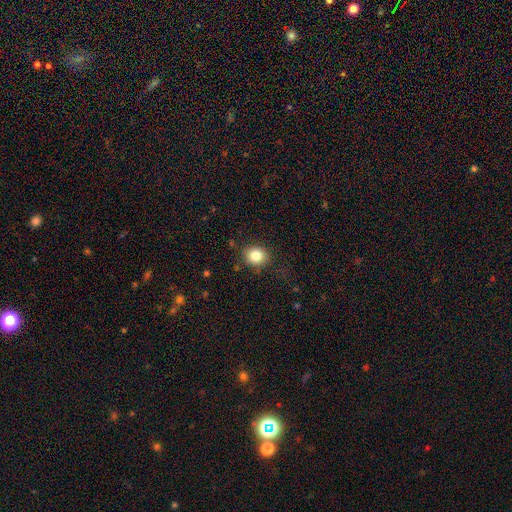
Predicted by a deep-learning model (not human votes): Smooth or featured? Predicted: smooth (p=0.83). How rounded? Predicted: round (p=0.74). Merging? Predicted: none (p=0.86).